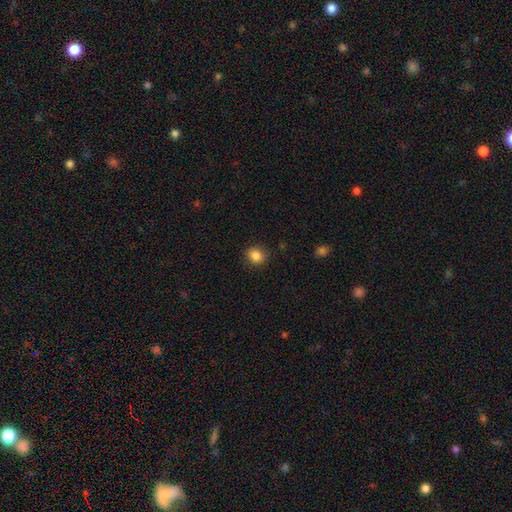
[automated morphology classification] Q: Smooth or featured?
A: smooth (86%); runner-up: star or artifact (10%)
Q: How rounded?
A: round (73%); runner-up: in between (26%)
Q: Merging?
A: none (88%); runner-up: minor disturbance (9%)